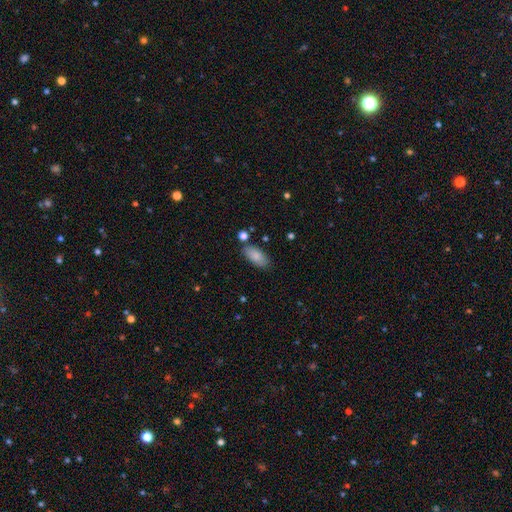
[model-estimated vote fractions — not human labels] Smooth or featured? Predicted: smooth (p=0.86). How rounded? Predicted: in between (p=0.88). Merging? Predicted: none (p=0.79).